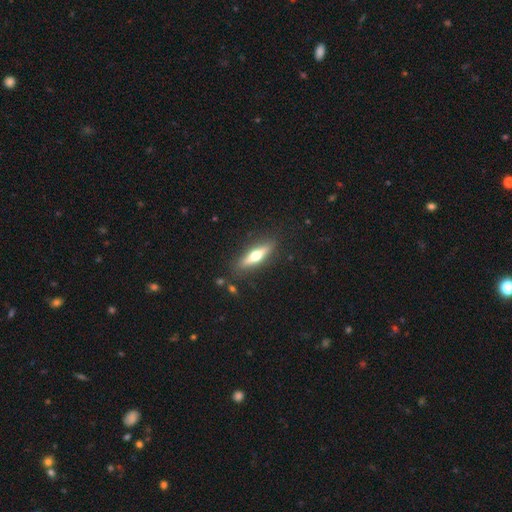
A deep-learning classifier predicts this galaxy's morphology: Smooth or featured? featured or disk (51%)
Edge-on disk? yes (89%)
Merging? none (86%)